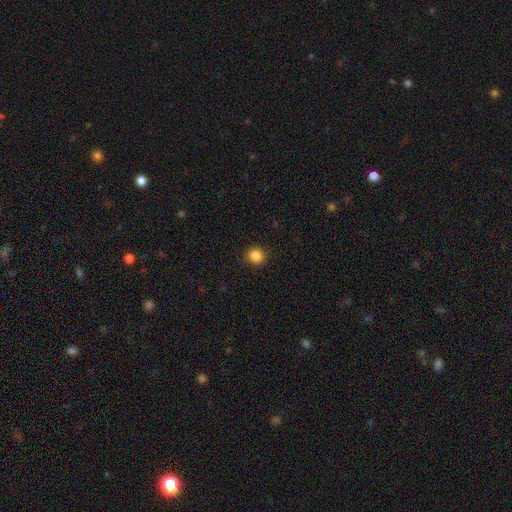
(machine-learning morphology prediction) Q: Smooth or featured?
A: smooth (86%); runner-up: star or artifact (11%)
Q: How rounded?
A: round (89%); runner-up: in between (10%)
Q: Merging?
A: none (92%); runner-up: minor disturbance (5%)